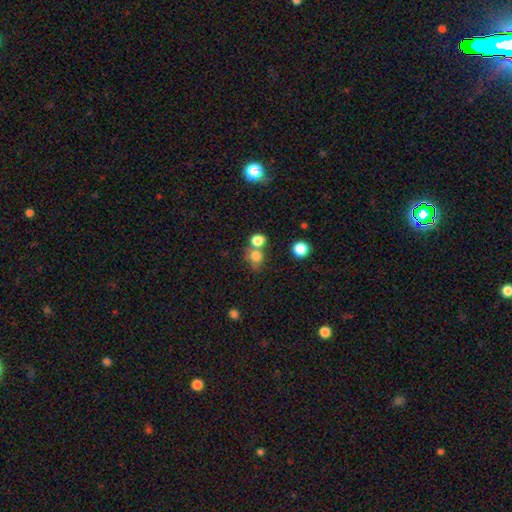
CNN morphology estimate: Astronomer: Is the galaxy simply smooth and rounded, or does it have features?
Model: smooth — 77%.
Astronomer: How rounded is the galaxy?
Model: round — 62%.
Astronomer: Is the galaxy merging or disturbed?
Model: merger — 43% (runner-up: none, 42%).